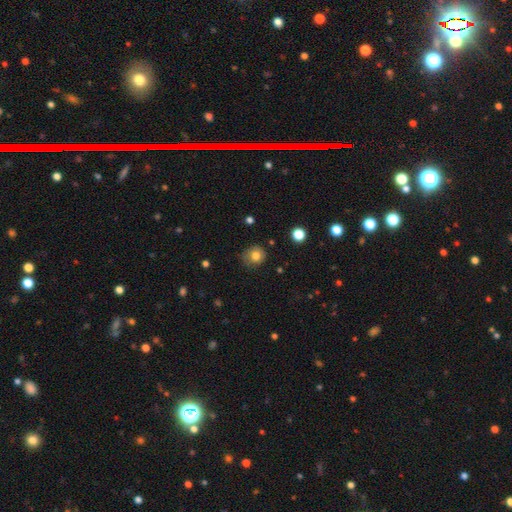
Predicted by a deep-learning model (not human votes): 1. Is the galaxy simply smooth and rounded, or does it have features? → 79% smooth, 11% featured or disk, 11% star or artifact.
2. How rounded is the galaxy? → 81% round, 18% in between, 1% cigar-shaped.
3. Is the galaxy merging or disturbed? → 73% none, 20% minor disturbance, 5% major disturbance, 2% merger.